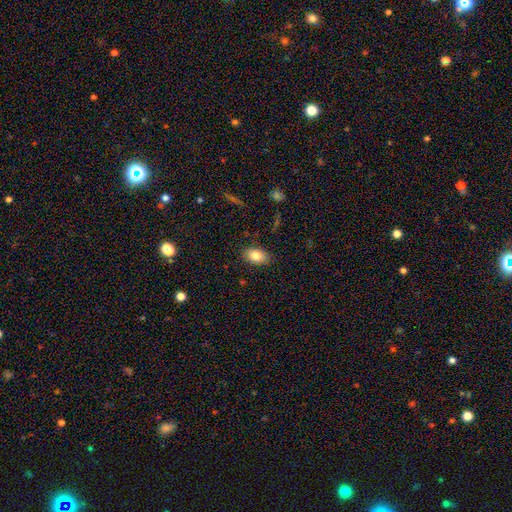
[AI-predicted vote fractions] This appears to be a smooth galaxy with no disk features (83%) that is in between round and cigar-shaped (90%). Merging: none (87%).